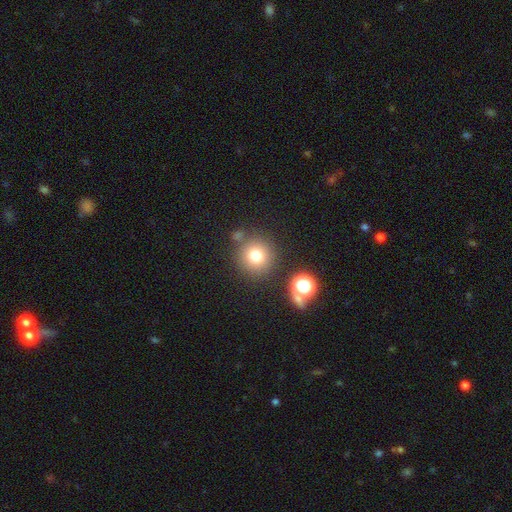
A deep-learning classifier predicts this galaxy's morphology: A smooth galaxy with no disk features (77%) that is round (94%). Merging: none (80%).